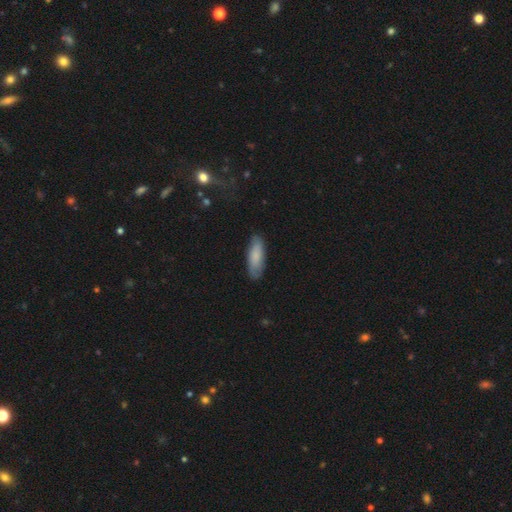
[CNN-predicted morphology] Q: Smooth or featured?
A: smooth (82%); runner-up: featured or disk (13%)
Q: How rounded?
A: in between (65%); runner-up: cigar-shaped (34%)
Q: Merging?
A: none (83%); runner-up: minor disturbance (14%)